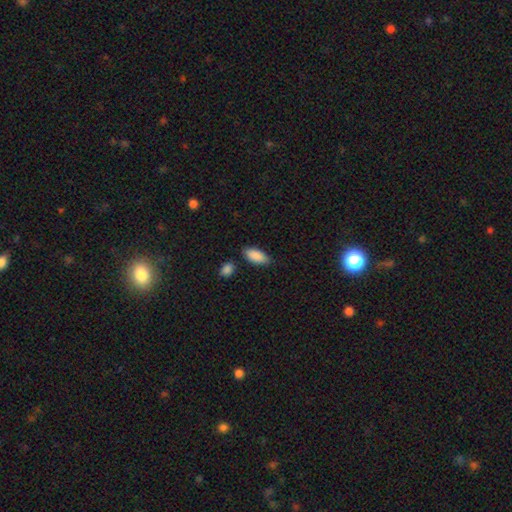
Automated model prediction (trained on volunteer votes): smooth-or-featured: smooth: 90% | star or artifact: 6% | featured or disk: 4%
  how-rounded: in between: 89% | cigar-shaped: 9% | round: 2%
  merging: none: 77% | minor disturbance: 15% | merger: 4% | major disturbance: 3%